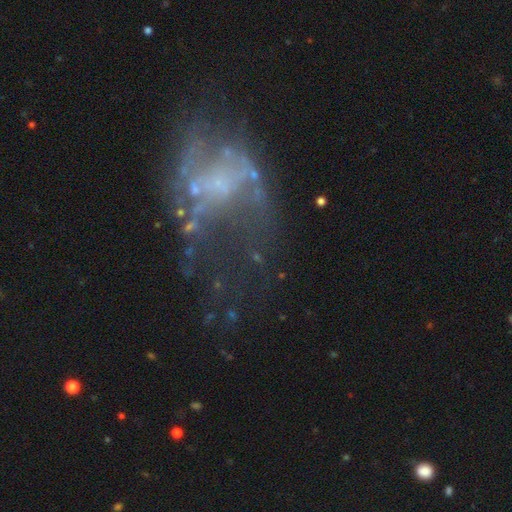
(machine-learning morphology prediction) This is likely a featured or disk galaxy (67%). It is clearly not viewed edge-on (96%). Bar: likely no (75%). Spiral arm pattern: likely no (62%). Central bulge: possibly none (58%). Merging: marginally major disturbance (42%).